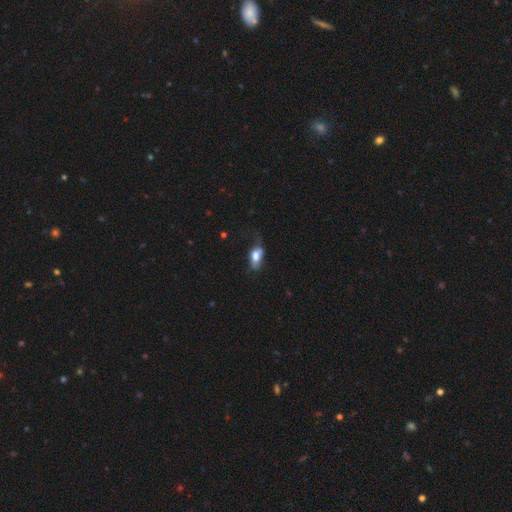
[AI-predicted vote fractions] A smooth galaxy with no disk features (70%) that is in between round and cigar-shaped (85%). Merging: none (34%).